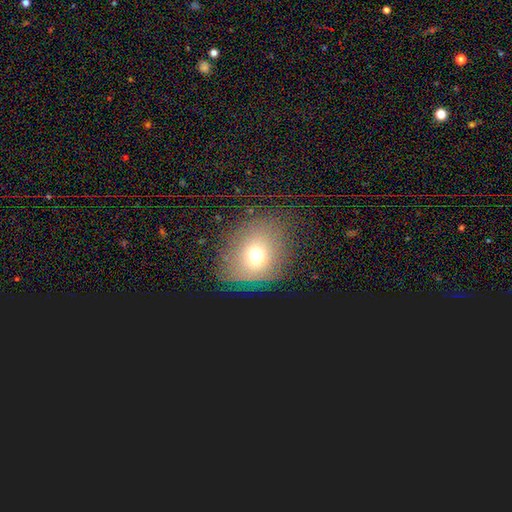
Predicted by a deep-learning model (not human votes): smooth-or-featured: smooth: 59% | star or artifact: 24% | featured or disk: 17%
  how-rounded: round: 62% | in between: 36% | cigar-shaped: 1%
  merging: none: 75% | minor disturbance: 13% | major disturbance: 8% | merger: 4%